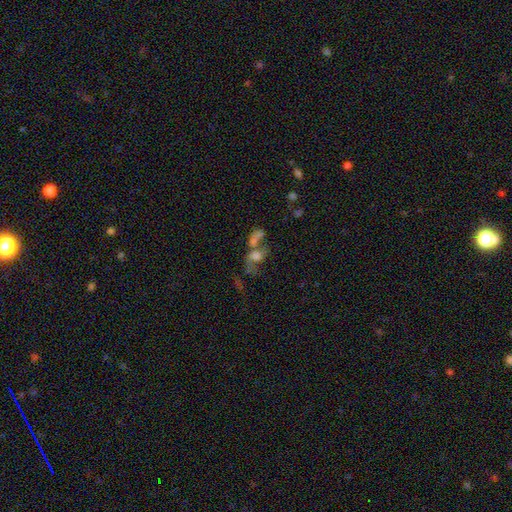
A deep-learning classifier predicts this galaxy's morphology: Q: Smooth or featured?
A: featured or disk (42%); runner-up: smooth (41%)
Q: Merging?
A: merger (56%); runner-up: major disturbance (19%)